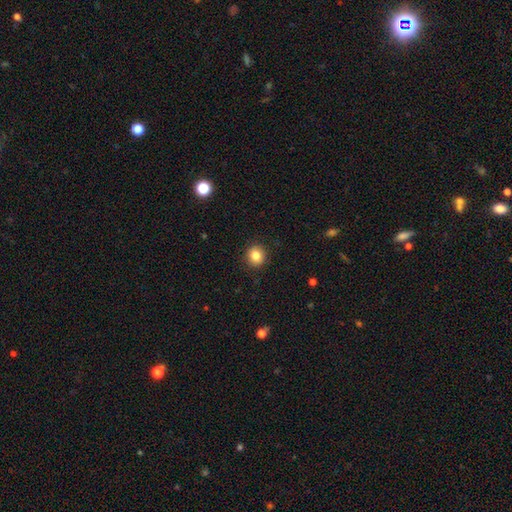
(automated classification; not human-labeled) A smooth galaxy with no disk features (84%) that is round (88%). Merging: none (91%).